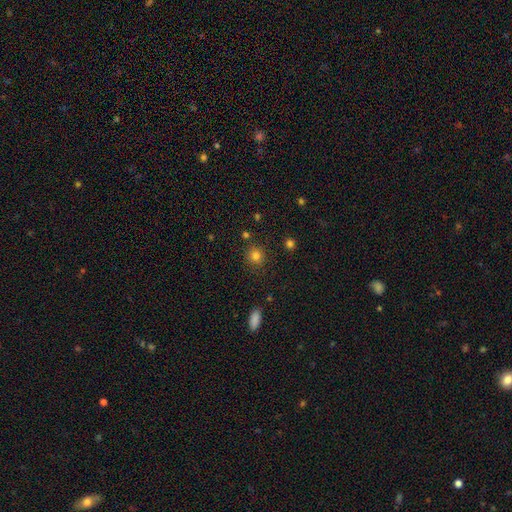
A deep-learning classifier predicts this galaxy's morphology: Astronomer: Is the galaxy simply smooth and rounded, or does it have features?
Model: smooth — 81%.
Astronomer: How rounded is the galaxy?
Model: round — 88%.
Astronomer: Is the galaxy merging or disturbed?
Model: none — 86%.